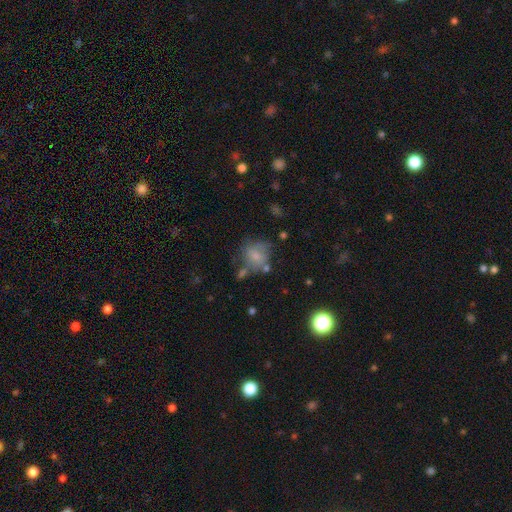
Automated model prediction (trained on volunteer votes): Smooth or featured? smooth (67%)
How rounded? round (66%)
Merging? none (45%)